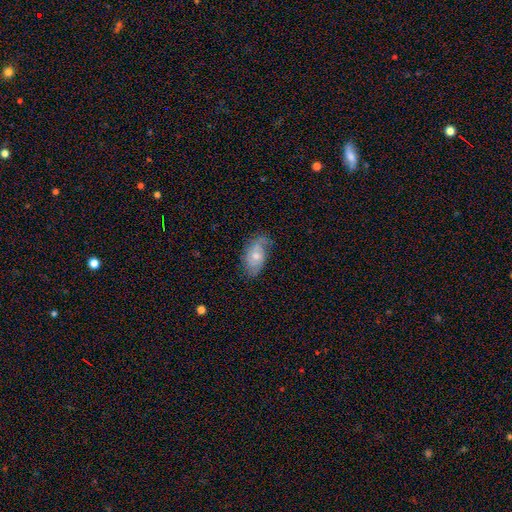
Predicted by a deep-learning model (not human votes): smooth_or_featured: featured or disk (p=0.48) [alt: smooth p=0.45]
merging: none (p=0.63) [alt: minor disturbance p=0.27]